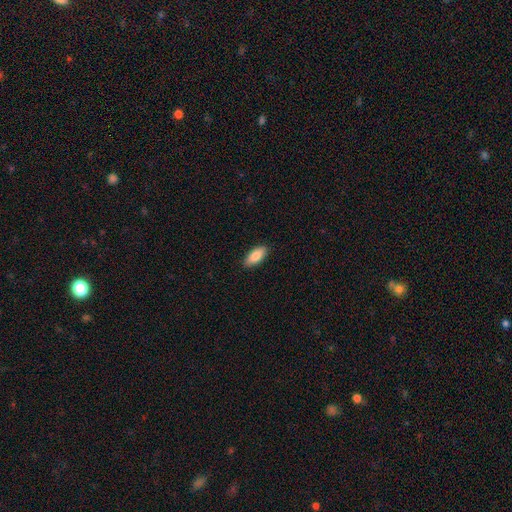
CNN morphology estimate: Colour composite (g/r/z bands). It shows a smooth galaxy with no disk features (85%) that is in between round and cigar-shaped (86%). Merging: none (89%).